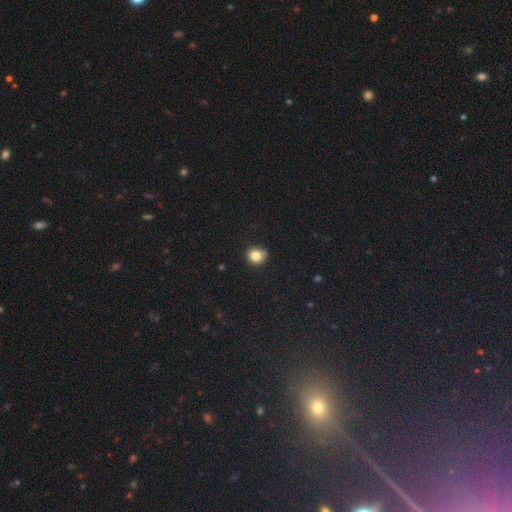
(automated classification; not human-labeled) Morphology: type=smooth (83%); roundness=round (86%); merging=none (83%).